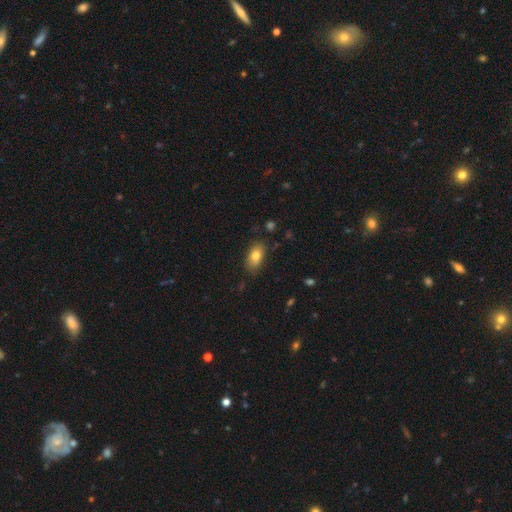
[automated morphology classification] Smooth or featured?
  - smooth: 79% *
  - featured or disk: 12%
  - star or artifact: 8%
How rounded?
  - in between: 88% *
  - round: 8%
  - cigar-shaped: 4%
Merging?
  - none: 78% *
  - minor disturbance: 16%
  - major disturbance: 3%
  - merger: 2%